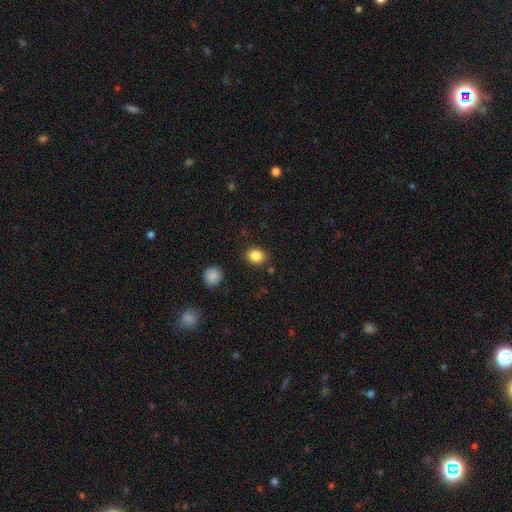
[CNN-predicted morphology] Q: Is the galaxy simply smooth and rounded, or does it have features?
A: smooth — 86%.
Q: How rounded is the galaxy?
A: round — 54%.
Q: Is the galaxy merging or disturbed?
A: none — 86%.